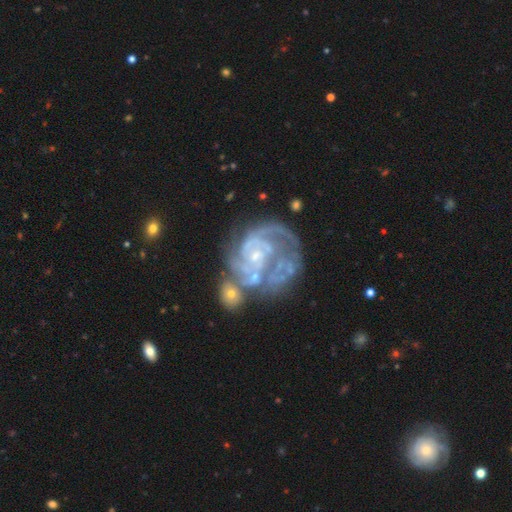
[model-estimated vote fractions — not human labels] Smooth or featured?
  - featured or disk: 86% *
  - smooth: 7%
  - star or artifact: 7%
Edge-on disk?
  - no: 98% *
  - yes: 2%
Bar?
  - no: 67% *
  - weak: 26%
  - strong: 6%
Spiral arms?
  - yes: 88% *
  - no: 12%
Spiral winding?
  - tight: 55% *
  - medium: 34%
  - loose: 12%
Spiral arm count?
  - can't tell: 34% *
  - 2: 24%
  - 3: 20%
  - 1: 8%
  - 4: 8%
  - more than 4: 6%
Bulge size?
  - small: 64% *
  - moderate: 19%
  - none: 14%
  - large: 2%
  - dominant: 1%
Merging?
  - none: 34% *
  - merger: 25%
  - major disturbance: 24%
  - minor disturbance: 17%